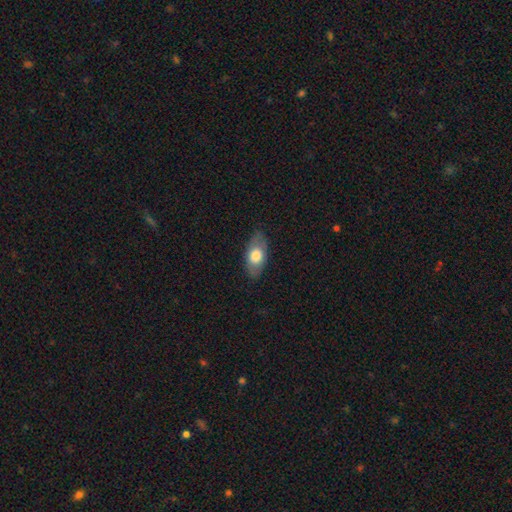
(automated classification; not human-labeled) smooth_or_featured: smooth (p=0.66) [alt: featured or disk p=0.28]
how_rounded: in between (p=0.89) [alt: cigar-shaped p=0.06]
merging: none (p=0.81) [alt: minor disturbance p=0.14]